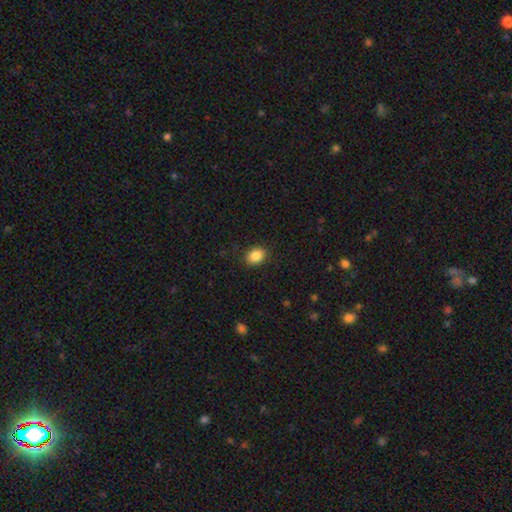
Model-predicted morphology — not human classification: smooth_or_featured: smooth (p=0.86) [alt: star or artifact p=0.09]
how_rounded: in between (p=0.59) [alt: round p=0.40]
merging: none (p=0.88) [alt: minor disturbance p=0.08]